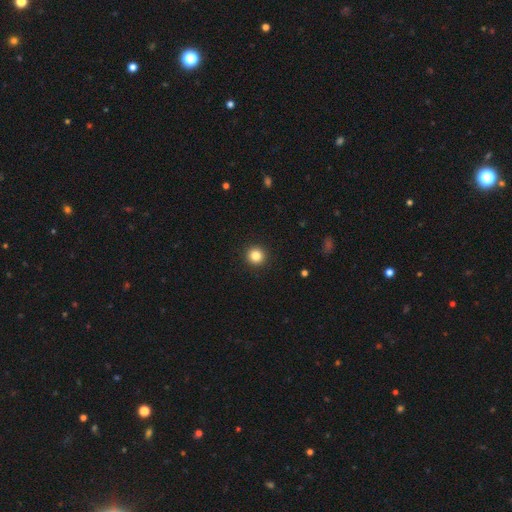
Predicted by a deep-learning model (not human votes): A smooth galaxy with no disk features (84%) that is round (95%). Merging: none (93%).